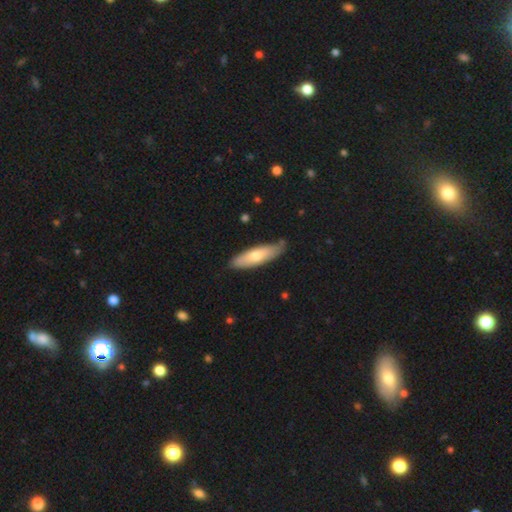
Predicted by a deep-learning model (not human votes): A smooth galaxy with no disk features (66%) that is cigar-shaped (60%). Merging: none (80%).